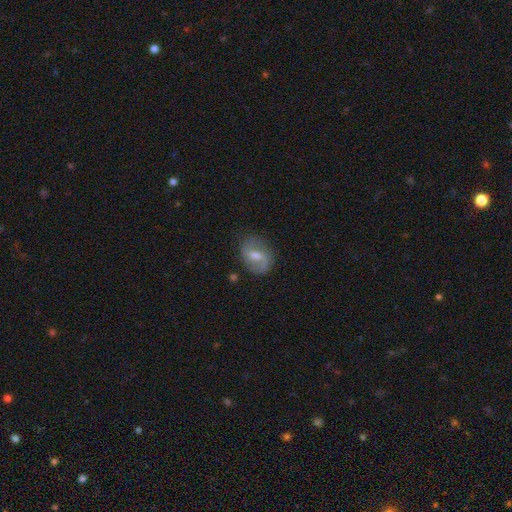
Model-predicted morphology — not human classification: This appears to be a featured or disk galaxy (58%) with a weak bar (54%), spiral arms (79%) and a moderate central bulge (61%). Merging: none (74%).